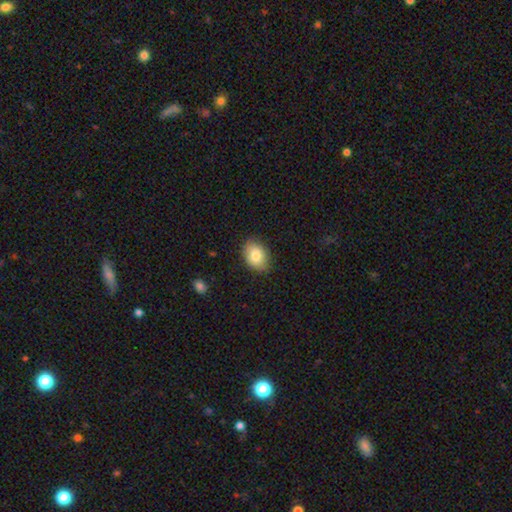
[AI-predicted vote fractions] A smooth galaxy with no disk features (83%) that is in between round and cigar-shaped (77%).

Vote fractions:
- Smooth or featured? smooth: 83% / featured or disk: 9% / star or artifact: 7%
- How rounded? in between: 77% / round: 22% / cigar-shaped: 1%
- Merging? none: 83% / minor disturbance: 13% / major disturbance: 2% / merger: 1%